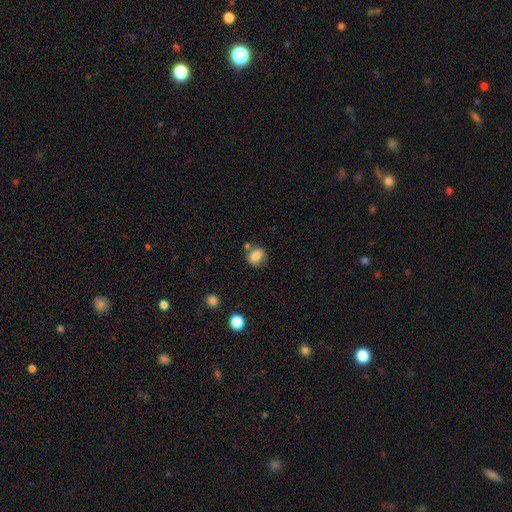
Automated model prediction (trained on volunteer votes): Q: Smooth or featured?
A: smooth (83%); runner-up: star or artifact (10%)
Q: How rounded?
A: round (60%); runner-up: in between (39%)
Q: Merging?
A: none (64%); runner-up: minor disturbance (20%)